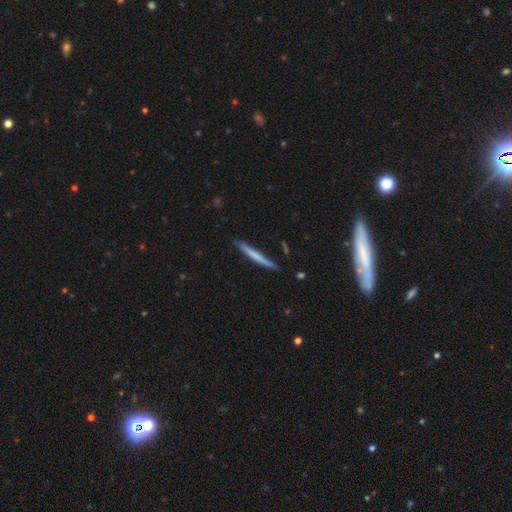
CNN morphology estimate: A smooth galaxy with no disk features (61%) that is cigar-shaped (97%).

Vote fractions:
- Smooth or featured? smooth: 61% / featured or disk: 34% / star or artifact: 5%
- How rounded? cigar-shaped: 97% / in between: 2% / round: 1%
- Merging? none: 88% / minor disturbance: 9% / major disturbance: 2% / merger: 1%